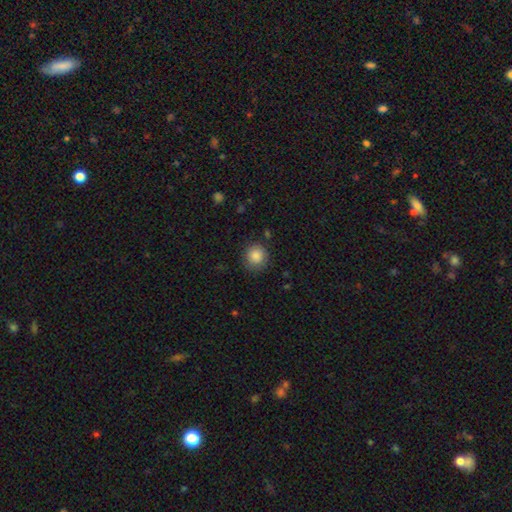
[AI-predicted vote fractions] Overall: smooth (87%). How rounded: round (90%). Merging: none (84%).